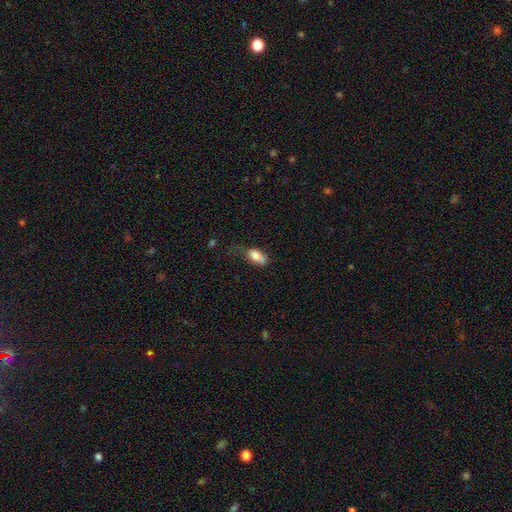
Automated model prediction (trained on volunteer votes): This appears to be a smooth galaxy with no disk features (76%) that is in between round and cigar-shaped (85%). Merging: minor disturbance (34%).